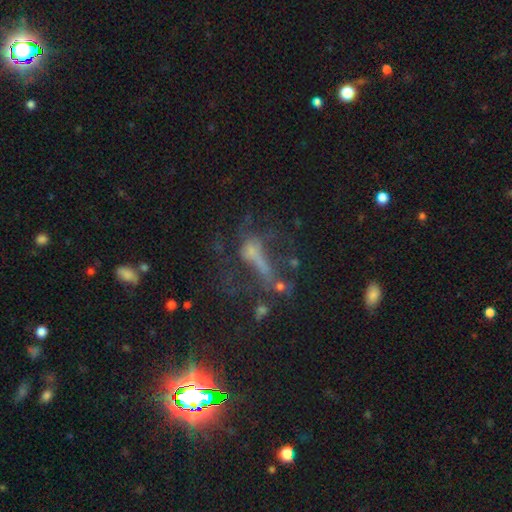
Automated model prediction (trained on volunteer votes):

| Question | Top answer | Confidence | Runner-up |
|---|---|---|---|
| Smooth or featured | featured or disk | 41% | star or artifact (36%) |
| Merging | major disturbance | 41% | none (34%) |